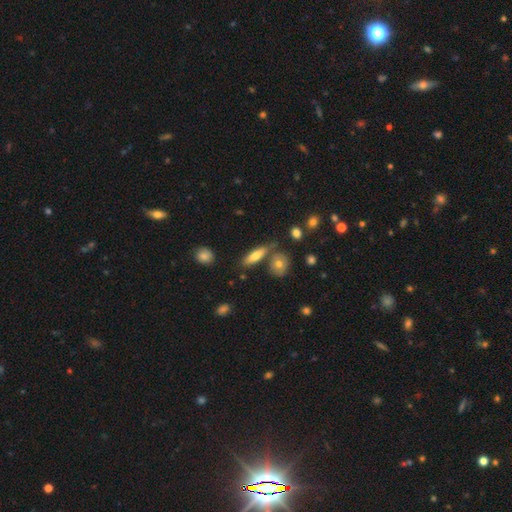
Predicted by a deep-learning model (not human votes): Smooth or featured: smooth — 66% (featured or disk — 27%)
How rounded: cigar-shaped — 59% (in between — 38%)
Merging: none — 69% (merger — 14%)